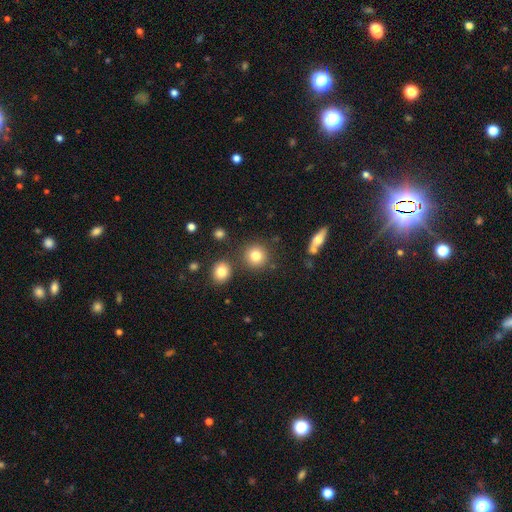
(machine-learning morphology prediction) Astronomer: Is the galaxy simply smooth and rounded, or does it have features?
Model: smooth — 82%.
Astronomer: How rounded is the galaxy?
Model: round — 92%.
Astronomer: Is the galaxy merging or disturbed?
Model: none — 84%.